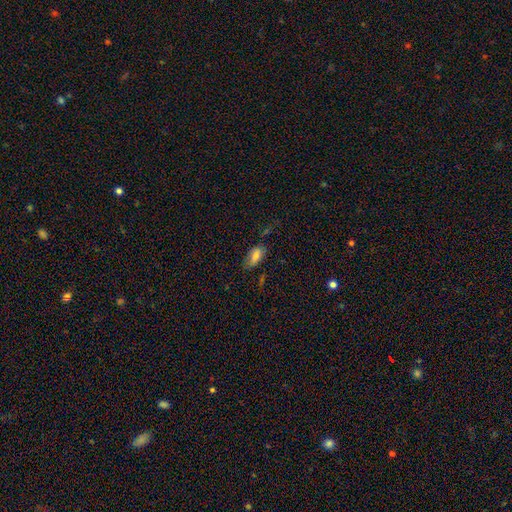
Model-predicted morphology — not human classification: smooth_or_featured: smooth (p=0.76) [alt: featured or disk p=0.14]
how_rounded: in between (p=0.90) [alt: cigar-shaped p=0.06]
merging: none (p=0.68) [alt: minor disturbance p=0.23]